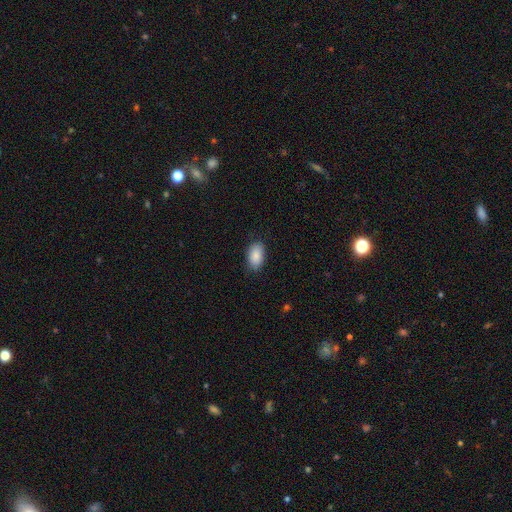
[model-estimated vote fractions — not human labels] A smooth galaxy with no disk features (89%) that is in between round and cigar-shaped (93%). Merging: none (84%).